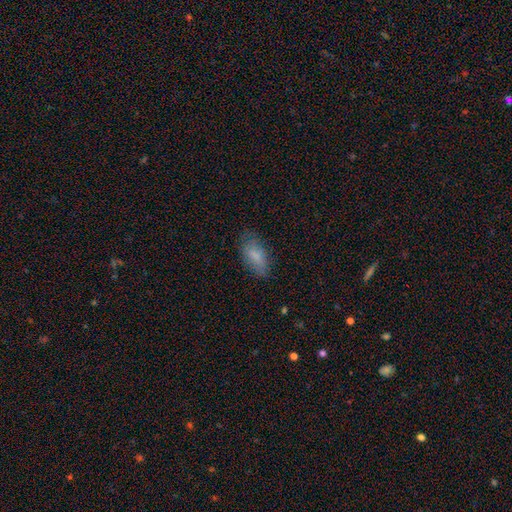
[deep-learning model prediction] smooth-or-featured: smooth: 80% | featured or disk: 13% | star or artifact: 7%
  how-rounded: in between: 86% | cigar-shaped: 12% | round: 3%
  merging: none: 72% | minor disturbance: 20% | major disturbance: 6% | merger: 1%